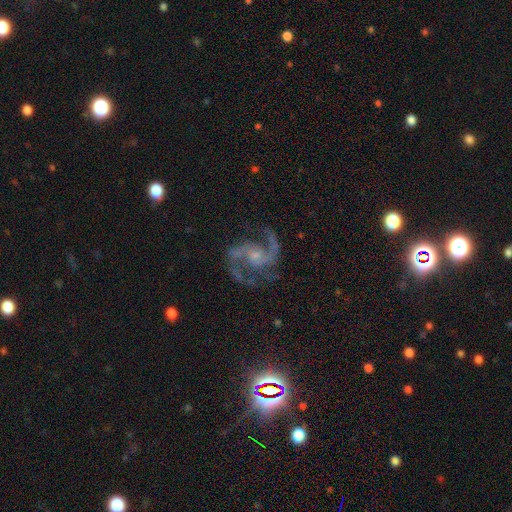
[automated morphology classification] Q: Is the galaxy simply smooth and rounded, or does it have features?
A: featured or disk — 92%.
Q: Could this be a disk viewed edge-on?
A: no — 98%.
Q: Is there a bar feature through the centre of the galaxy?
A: no — 57%.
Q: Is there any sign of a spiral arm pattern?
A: yes — 98%.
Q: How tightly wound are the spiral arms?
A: medium — 62%.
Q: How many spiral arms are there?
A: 2 — 84%.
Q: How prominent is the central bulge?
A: small — 60%.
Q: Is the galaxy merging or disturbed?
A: none — 73%.